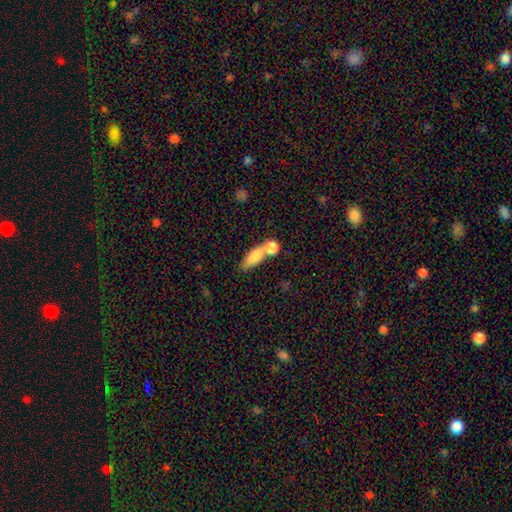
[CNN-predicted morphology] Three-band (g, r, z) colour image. It shows a smooth galaxy with no disk features (79%) that is in between round and cigar-shaped (65%). Merging: merger (55%).